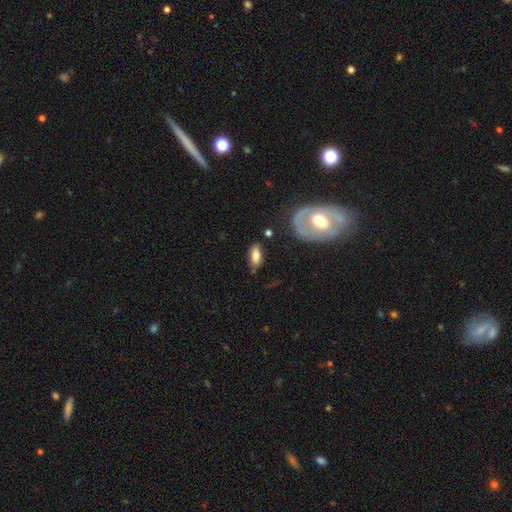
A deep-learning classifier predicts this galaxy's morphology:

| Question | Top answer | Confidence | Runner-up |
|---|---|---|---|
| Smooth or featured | smooth | 76% | featured or disk (16%) |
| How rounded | in between | 85% | cigar-shaped (11%) |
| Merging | none | 75% | minor disturbance (16%) |